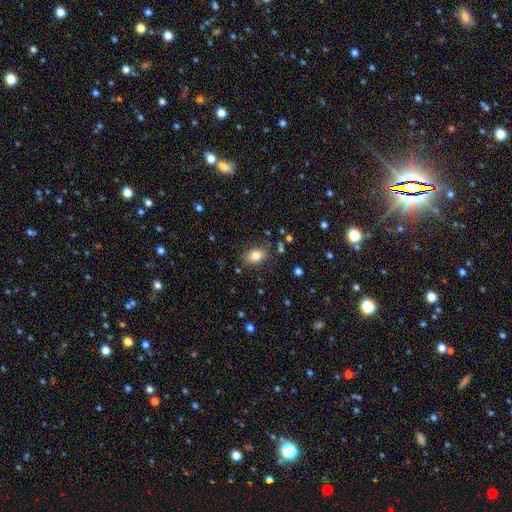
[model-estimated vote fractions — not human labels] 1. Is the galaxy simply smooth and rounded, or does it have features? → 80% smooth, 10% featured or disk, 9% star or artifact.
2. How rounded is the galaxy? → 80% in between, 18% round, 2% cigar-shaped.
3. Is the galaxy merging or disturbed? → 81% none, 13% minor disturbance, 3% major disturbance, 2% merger.